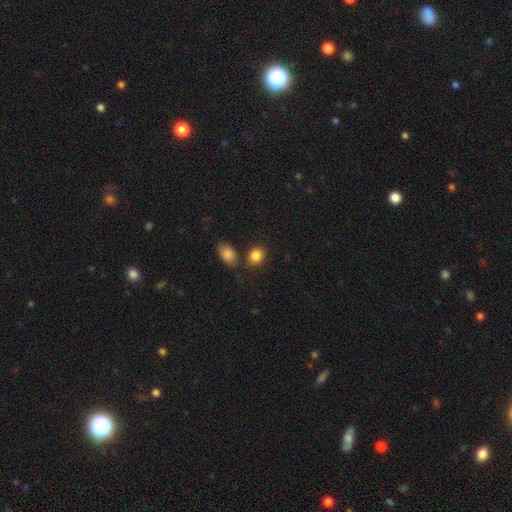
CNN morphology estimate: Smooth or featured? smooth (86%)
How rounded? round (53%)
Merging? none (71%)